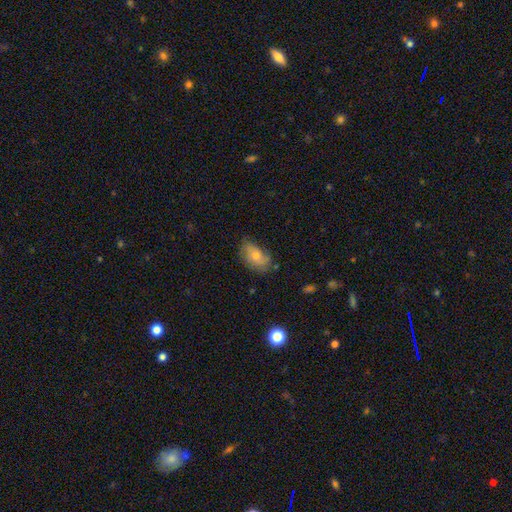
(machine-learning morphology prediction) Smooth or featured? Predicted: smooth (p=0.62). How rounded? Predicted: in between (p=0.88). Merging? Predicted: none (p=0.66).